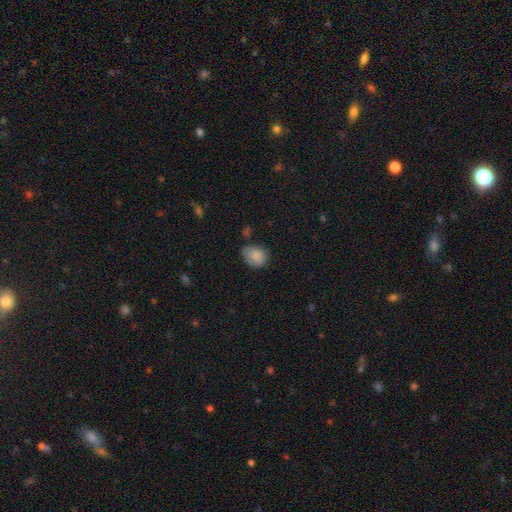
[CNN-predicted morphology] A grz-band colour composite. It shows a smooth galaxy with no disk features (83%) that is in between round and cigar-shaped (58%). Merging: none (53%).